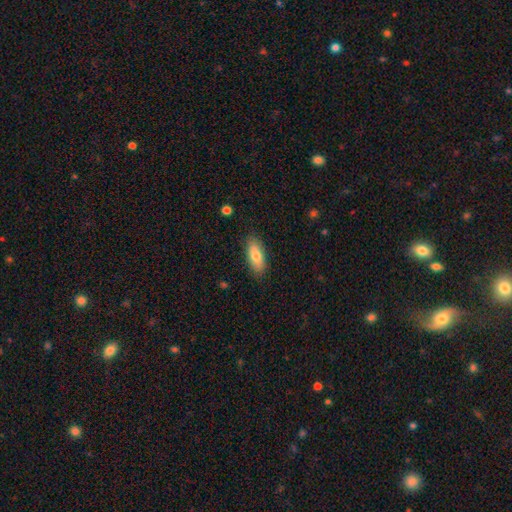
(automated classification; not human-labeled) This is likely a smooth galaxy (77%). How rounded: likely in between (75%). Merging: clearly none (86%).